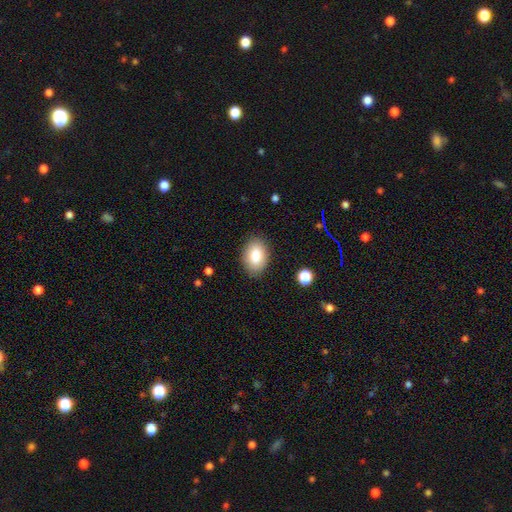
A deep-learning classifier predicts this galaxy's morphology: A smooth galaxy with no disk features (82%) that is in between round and cigar-shaped (84%).

Vote fractions:
- Smooth or featured? smooth: 82% / featured or disk: 10% / star or artifact: 8%
- How rounded? in between: 84% / round: 15% / cigar-shaped: 1%
- Merging? none: 87% / minor disturbance: 9% / major disturbance: 2% / merger: 1%